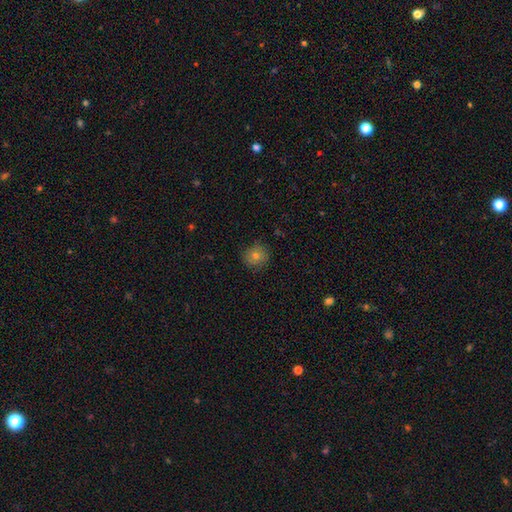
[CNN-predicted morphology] This is likely a smooth galaxy (74%). How rounded: clearly round (92%). Merging: clearly none (86%).